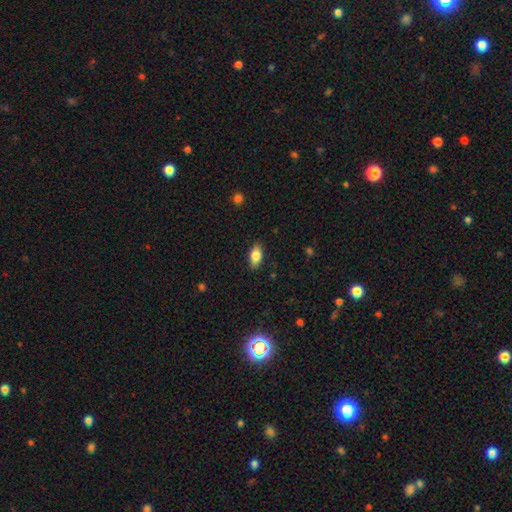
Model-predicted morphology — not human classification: Smooth or featured: smooth — 81% (featured or disk — 11%)
How rounded: in between — 90% (cigar-shaped — 6%)
Merging: none — 88% (minor disturbance — 9%)